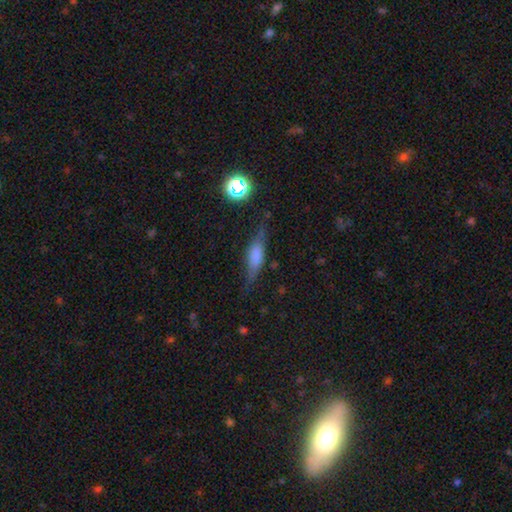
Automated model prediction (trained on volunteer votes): Smooth or featured?
  - smooth: 51% *
  - featured or disk: 39%
  - star or artifact: 11%
How rounded?
  - cigar-shaped: 56% *
  - in between: 40%
  - round: 4%
Merging?
  - none: 71% *
  - minor disturbance: 20%
  - major disturbance: 7%
  - merger: 2%